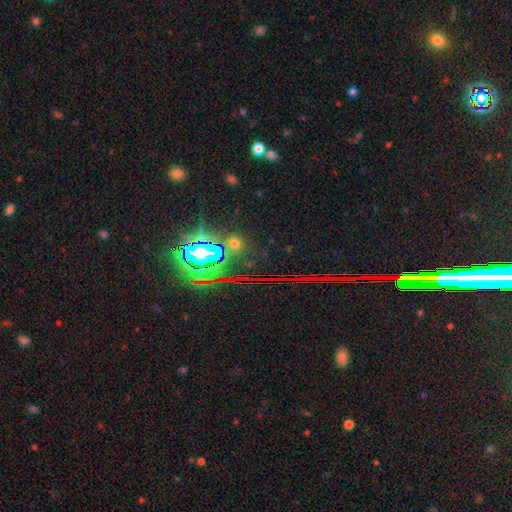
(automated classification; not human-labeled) This is likely a star or artifact rather than a galaxy (80%).